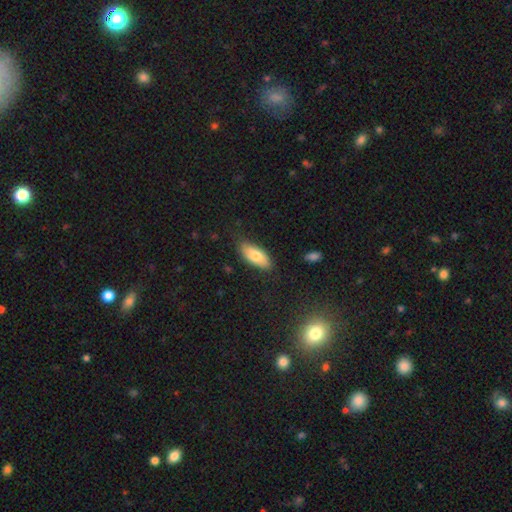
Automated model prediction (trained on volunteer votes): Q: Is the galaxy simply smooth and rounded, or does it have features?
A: smooth — 75%.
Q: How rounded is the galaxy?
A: in between — 83%.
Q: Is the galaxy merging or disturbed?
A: none — 80%.